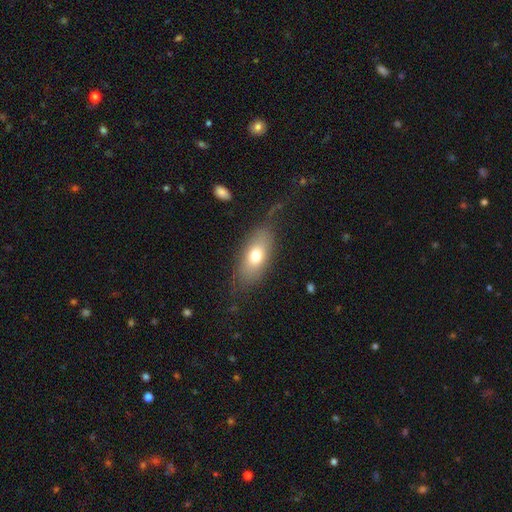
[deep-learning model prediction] Smooth or featured?
  - smooth: 71% *
  - featured or disk: 21%
  - star or artifact: 8%
How rounded?
  - in between: 85% *
  - cigar-shaped: 9%
  - round: 6%
Merging?
  - none: 68% *
  - minor disturbance: 18%
  - major disturbance: 11%
  - merger: 2%